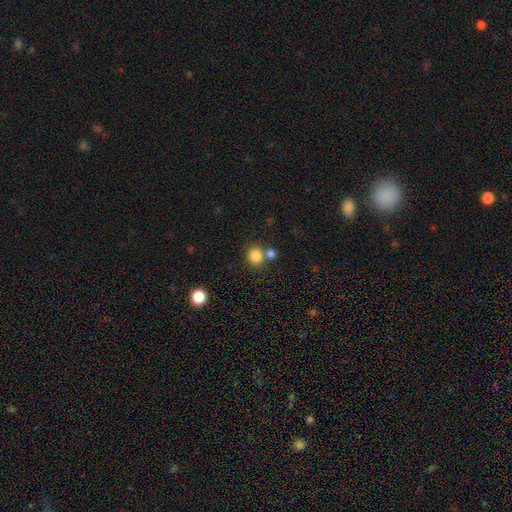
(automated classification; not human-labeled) Overall: smooth (84%). How rounded: round (81%). Merging: none (64%; merger 24%).